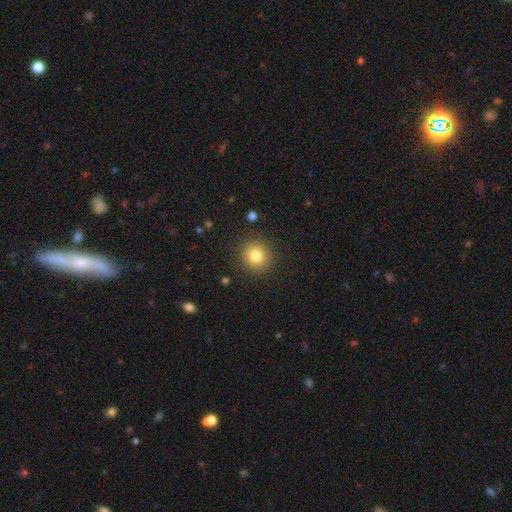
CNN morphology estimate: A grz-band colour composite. It shows a smooth galaxy with no disk features (81%) that is round (91%). Merging: none (89%).